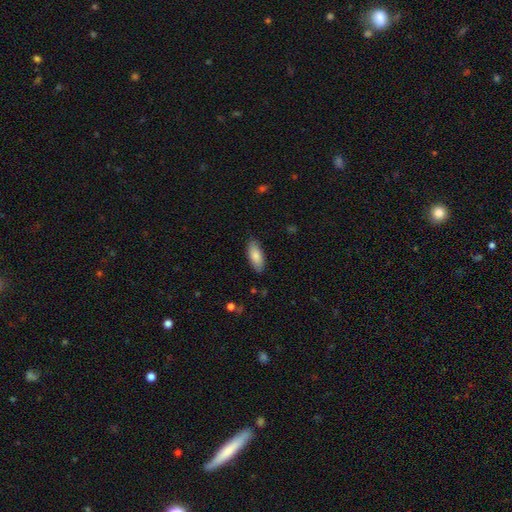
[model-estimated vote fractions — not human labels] Smooth or featured: smooth — 83% (featured or disk — 11%)
How rounded: in between — 78% (cigar-shaped — 20%)
Merging: none — 86% (minor disturbance — 11%)